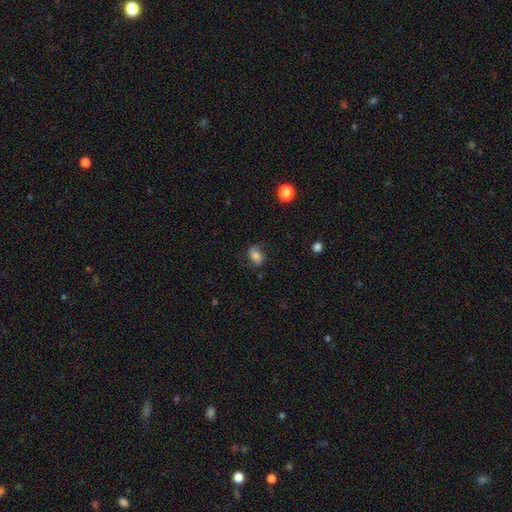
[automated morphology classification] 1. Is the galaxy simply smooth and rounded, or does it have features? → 69% smooth, 20% featured or disk, 10% star or artifact.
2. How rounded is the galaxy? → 79% in between, 19% round, 2% cigar-shaped.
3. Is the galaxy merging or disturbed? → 65% none, 23% minor disturbance, 10% major disturbance, 2% merger.